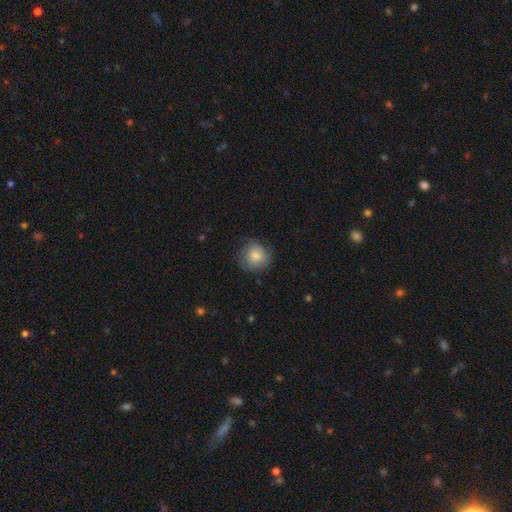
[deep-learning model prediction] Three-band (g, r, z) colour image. It shows a smooth galaxy with no disk features (78%) that is round (87%). Merging: none (68%).